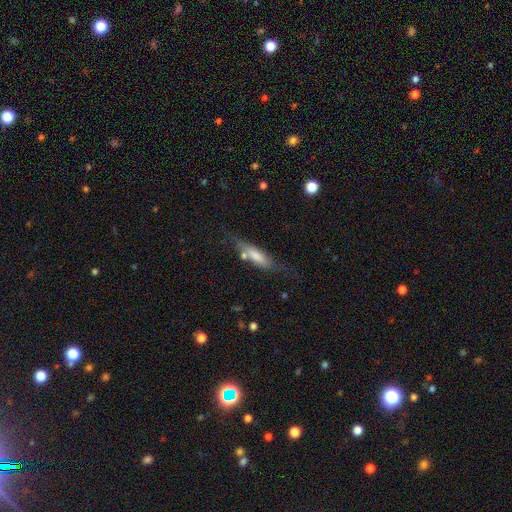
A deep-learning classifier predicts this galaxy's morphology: Q: Smooth or featured?
A: smooth (67%); runner-up: featured or disk (26%)
Q: How rounded?
A: cigar-shaped (61%); runner-up: in between (37%)
Q: Merging?
A: none (55%); runner-up: minor disturbance (24%)